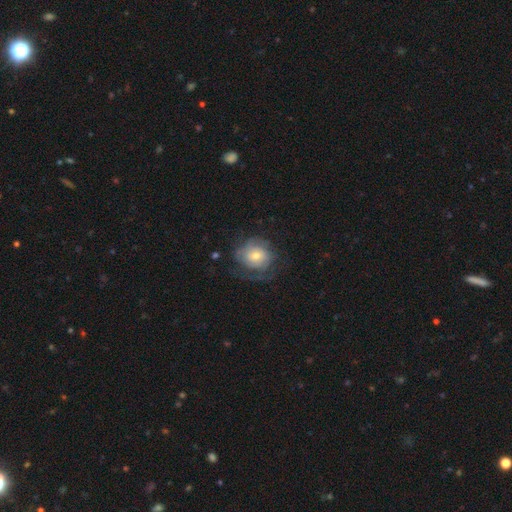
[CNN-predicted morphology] smooth_or_featured: featured or disk (p=0.61) [alt: smooth p=0.31]
disk_edge_on: no (p=0.97) [alt: yes p=0.03]
bar: no (p=0.73) [alt: weak p=0.23]
has_spiral_arms: yes (p=0.81) [alt: no p=0.19]
bulge_size: moderate (p=0.50) [alt: small p=0.42]
merging: none (p=0.58) [alt: major disturbance p=0.21]